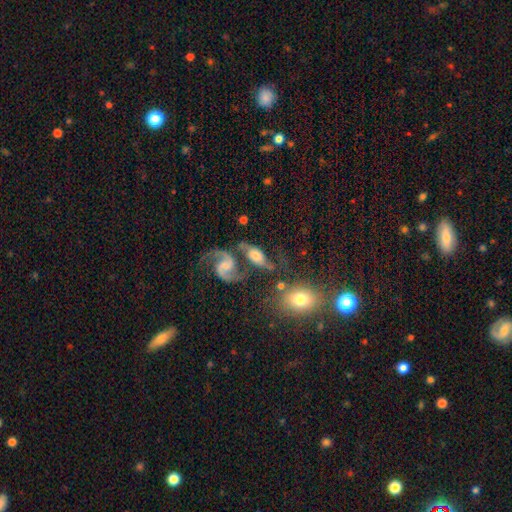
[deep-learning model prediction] Smooth or featured? featured or disk (63%)
Edge-on disk? no (90%)
Bar? no (55%)
Spiral arms? yes (85%)
Bulge size? moderate (37%)
Merging? none (40%)